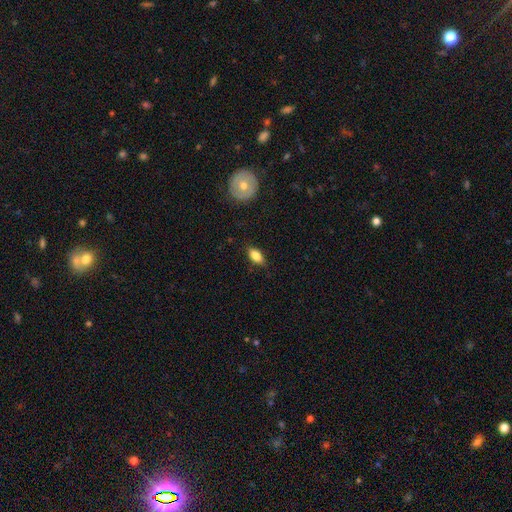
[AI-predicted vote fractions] Q: Smooth or featured?
A: smooth (81%); runner-up: featured or disk (12%)
Q: How rounded?
A: in between (86%); runner-up: cigar-shaped (10%)
Q: Merging?
A: none (83%); runner-up: minor disturbance (13%)